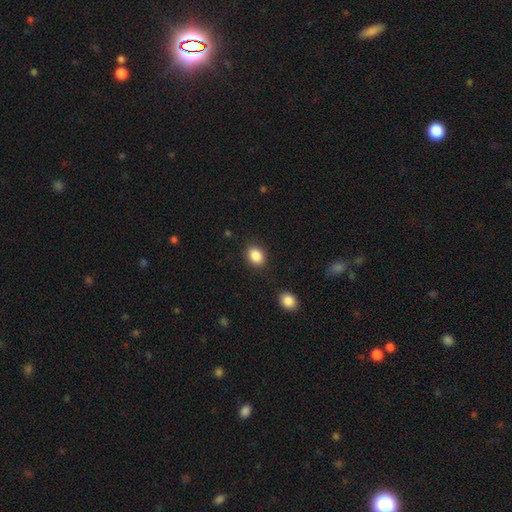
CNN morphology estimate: smooth-or-featured: smooth: 87% | star or artifact: 9% | featured or disk: 4%
  how-rounded: in between: 57% | round: 42% | cigar-shaped: 1%
  merging: none: 86% | minor disturbance: 9% | major disturbance: 3% | merger: 2%